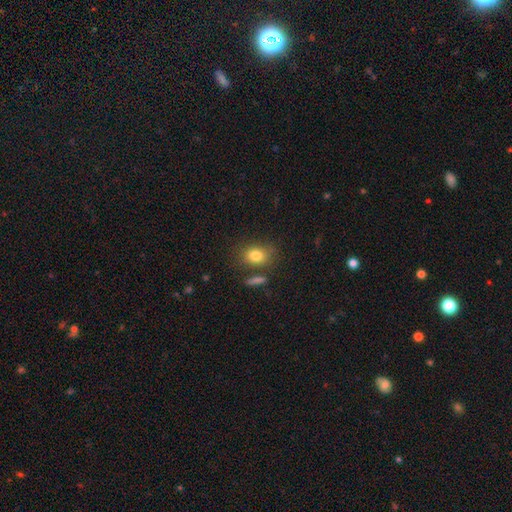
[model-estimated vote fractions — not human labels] This appears to be a smooth galaxy with no disk features (82%) that is in between round and cigar-shaped (65%). Merging: none (72%).